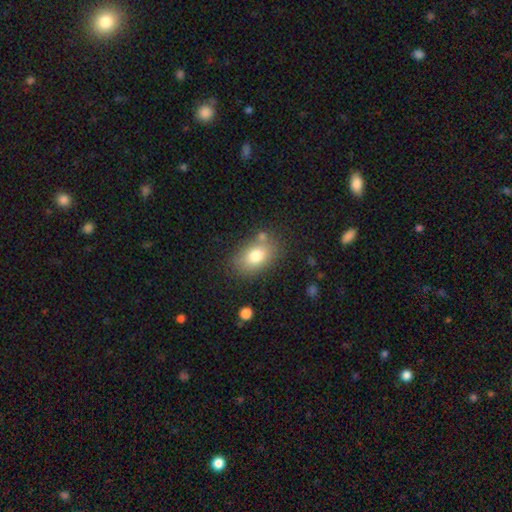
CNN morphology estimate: type=smooth (79%); roundness=in between (83%); merging=none (73%).